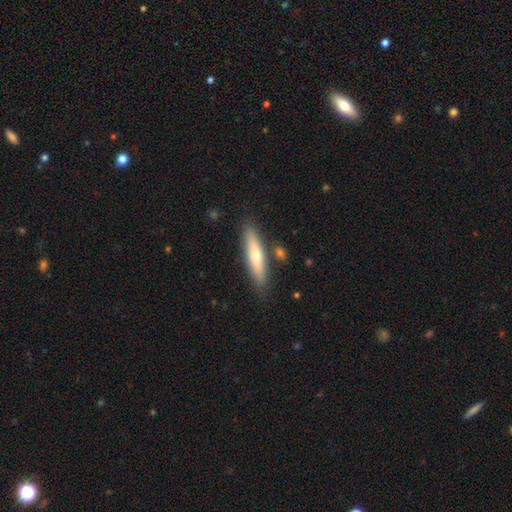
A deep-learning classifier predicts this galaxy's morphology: This is possibly a smooth galaxy (58%). How rounded: likely cigar-shaped (79%). Merging: clearly none (83%).